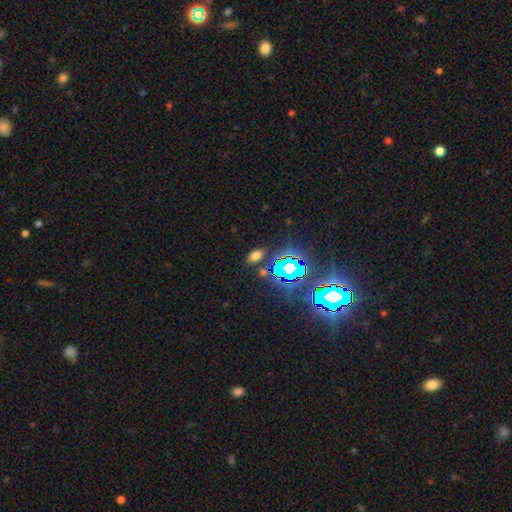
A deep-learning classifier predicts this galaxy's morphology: The model was most divided on "smooth or featured": smooth: 58%, star or artifact: 32%, featured or disk: 10%. More confident: how rounded — in between (85%); merging — none (83%).